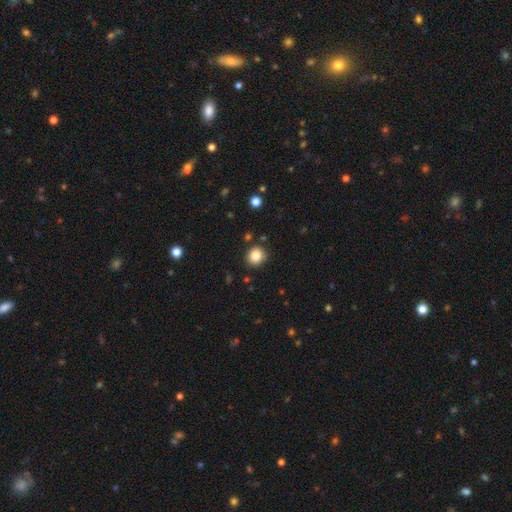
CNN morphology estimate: Smooth or featured? smooth (85%)
How rounded? round (86%)
Merging? none (87%)